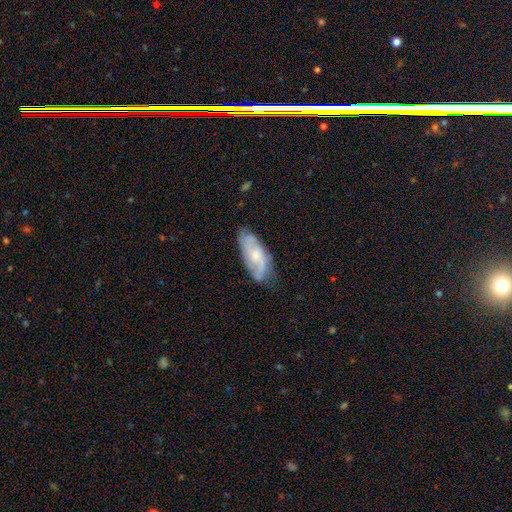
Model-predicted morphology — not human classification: smooth_or_featured: featured or disk (p=0.63) [alt: smooth p=0.31]
disk_edge_on: no (p=0.90) [alt: yes p=0.10]
bar: no (p=0.67) [alt: weak p=0.28]
has_spiral_arms: yes (p=0.87) [alt: no p=0.13]
bulge_size: small (p=0.51) [alt: moderate p=0.39]
merging: none (p=0.67) [alt: minor disturbance p=0.24]